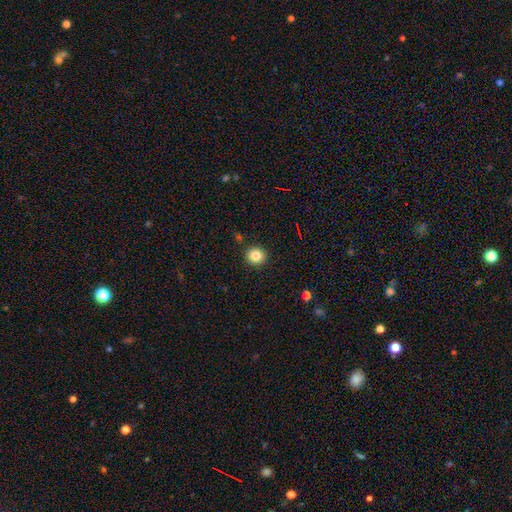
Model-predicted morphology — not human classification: The model was most divided on "smooth or featured": smooth: 84%, star or artifact: 10%, featured or disk: 5%. More confident: how rounded — round (91%); merging — none (91%).